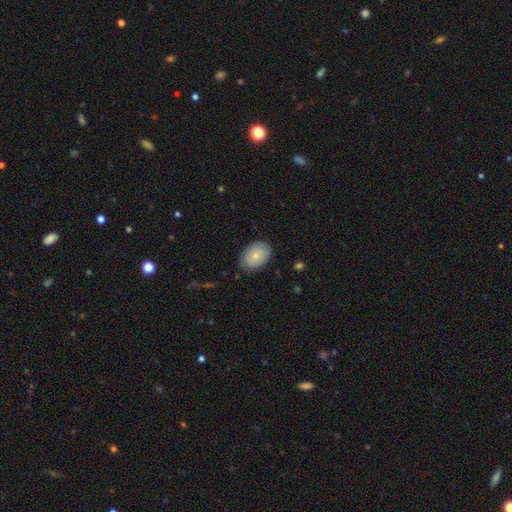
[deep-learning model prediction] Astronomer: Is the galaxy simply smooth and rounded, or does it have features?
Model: smooth — 75%.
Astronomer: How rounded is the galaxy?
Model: in between — 82%.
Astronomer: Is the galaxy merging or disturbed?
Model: none — 79%.